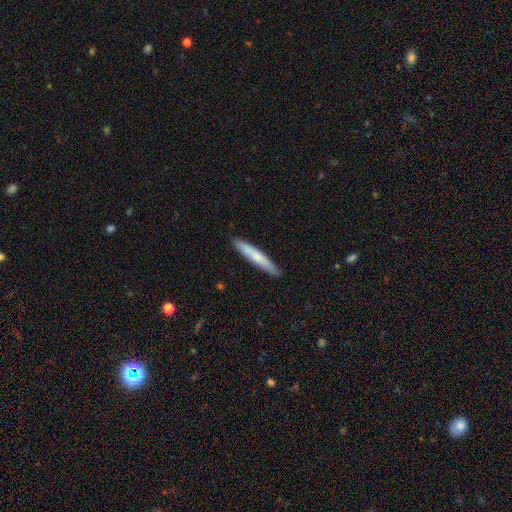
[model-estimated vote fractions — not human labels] Smooth or featured: smooth — 68% (featured or disk — 27%)
How rounded: cigar-shaped — 94% (in between — 5%)
Merging: none — 90% (minor disturbance — 8%)